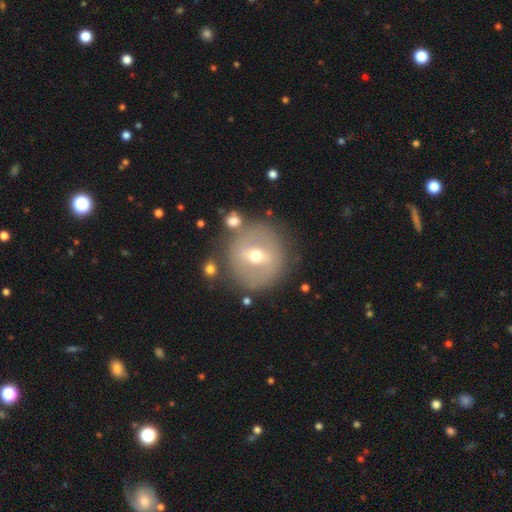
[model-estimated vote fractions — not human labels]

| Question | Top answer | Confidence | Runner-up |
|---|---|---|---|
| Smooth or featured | featured or disk | 56% | smooth (36%) |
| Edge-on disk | no | 92% | yes (8%) |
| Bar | weak | 46% | strong (32%) |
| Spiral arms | no | 70% | yes (30%) |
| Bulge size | moderate | 69% | small (24%) |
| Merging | none | 78% | minor disturbance (12%) |